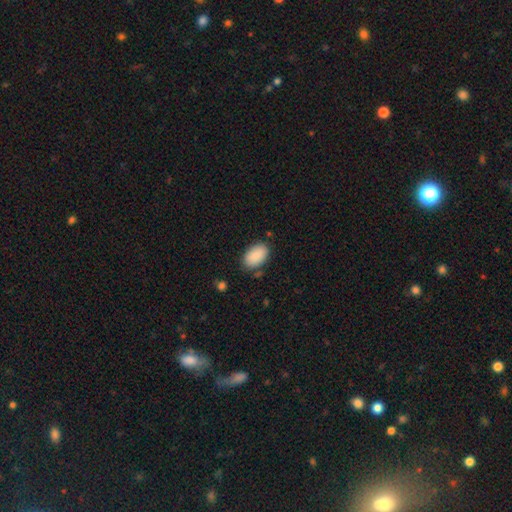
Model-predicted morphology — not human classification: Q: Smooth or featured?
A: smooth (89%); runner-up: star or artifact (6%)
Q: How rounded?
A: in between (93%); runner-up: round (6%)
Q: Merging?
A: none (82%); runner-up: minor disturbance (13%)